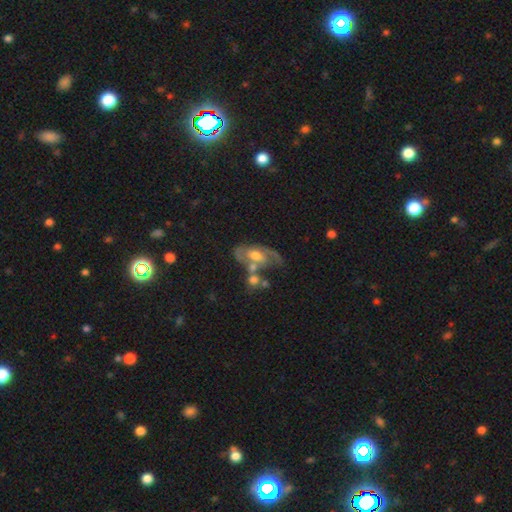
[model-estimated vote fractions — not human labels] This is likely a featured or disk galaxy (71%). It is clearly not viewed edge-on (93%). Bar: possibly no (51%). Spiral arm pattern: likely yes (74%). Central bulge: likely moderate (68%). Merging: marginally merger (33%).